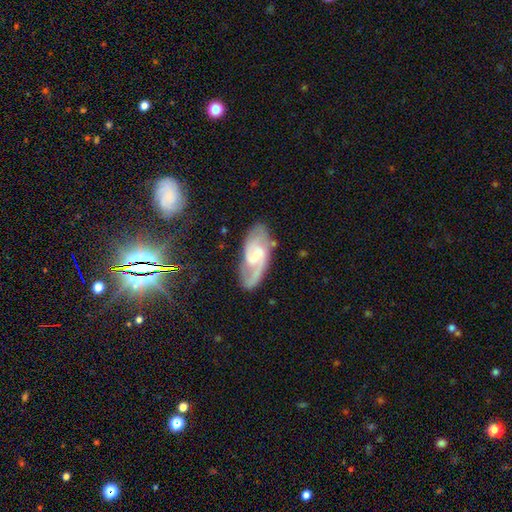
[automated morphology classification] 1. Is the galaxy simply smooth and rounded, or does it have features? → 80% featured or disk, 14% smooth, 6% star or artifact.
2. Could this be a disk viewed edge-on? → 95% no, 5% yes.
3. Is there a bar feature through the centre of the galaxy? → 54% weak, 25% no, 21% strong.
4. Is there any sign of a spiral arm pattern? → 94% yes, 6% no.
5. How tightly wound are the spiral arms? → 51% medium, 27% tight, 22% loose.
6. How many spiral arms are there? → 80% 2, 9% can't tell, 6% 1, 3% 3, 1% 4, 1% more than 4.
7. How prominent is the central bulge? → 38% small, 28% moderate, 24% none, 8% large, 1% dominant.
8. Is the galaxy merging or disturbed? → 72% none, 18% minor disturbance, 8% major disturbance, 3% merger.